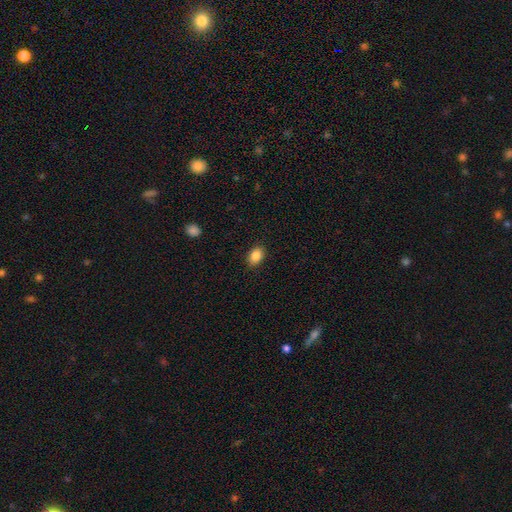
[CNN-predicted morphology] This appears to be a smooth galaxy with no disk features (86%) that is in between round and cigar-shaped (77%). Merging: none (89%).